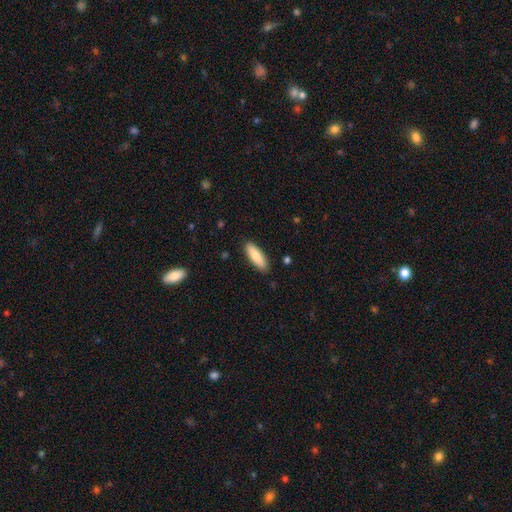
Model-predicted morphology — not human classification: A smooth galaxy with no disk features (83%) that is in between round and cigar-shaped (53%).

Vote fractions:
- Smooth or featured? smooth: 83% / featured or disk: 11% / star or artifact: 6%
- How rounded? in between: 53% / cigar-shaped: 45% / round: 2%
- Merging? none: 88% / minor disturbance: 9% / major disturbance: 2% / merger: 1%